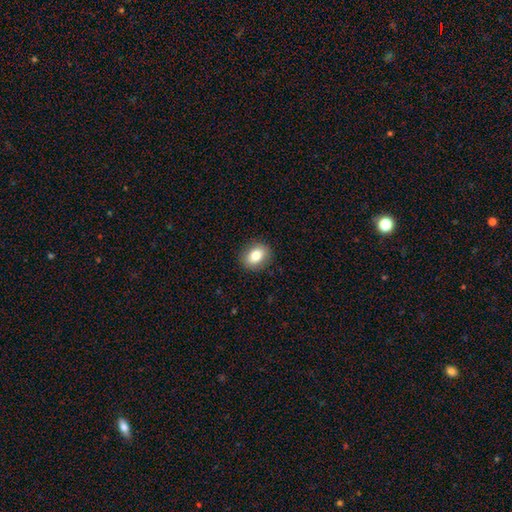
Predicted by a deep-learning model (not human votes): Q: Smooth or featured?
A: smooth (81%); runner-up: featured or disk (10%)
Q: How rounded?
A: in between (57%); runner-up: round (42%)
Q: Merging?
A: none (89%); runner-up: minor disturbance (8%)